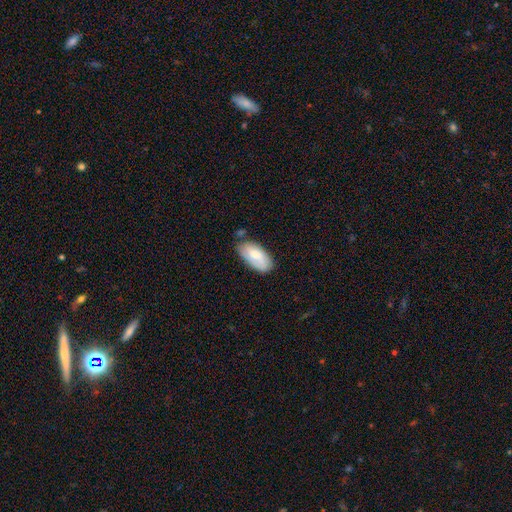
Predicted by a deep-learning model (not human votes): Q: Smooth or featured?
A: smooth (70%); runner-up: featured or disk (24%)
Q: How rounded?
A: in between (94%); runner-up: cigar-shaped (4%)
Q: Merging?
A: none (64%); runner-up: minor disturbance (26%)